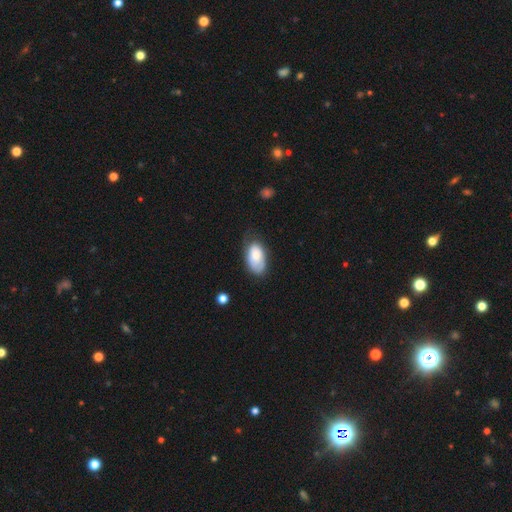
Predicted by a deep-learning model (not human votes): Overall: smooth (72%). How rounded: in between (94%). Merging: none (51%; minor disturbance 34%).